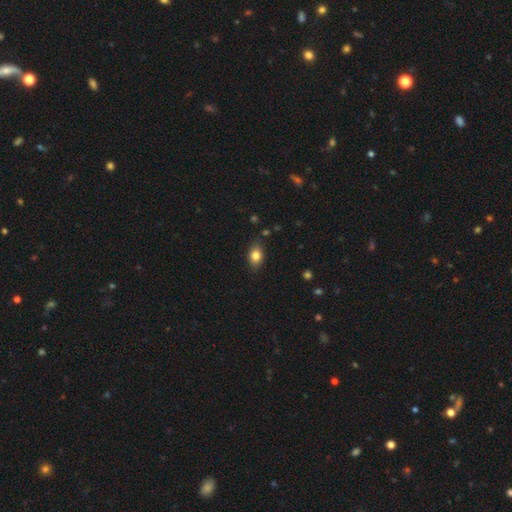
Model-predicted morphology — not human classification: smooth 83%, star or artifact 9%, featured or disk 8%. Down the decision tree: how rounded — in between (77%); merging — none (83%).